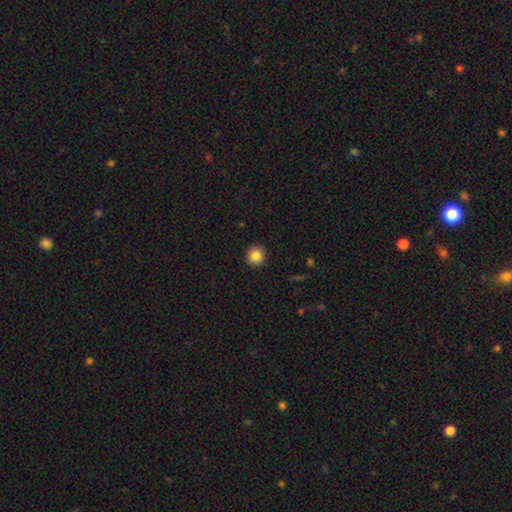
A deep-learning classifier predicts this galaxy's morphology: Overall: smooth (85%). How rounded: round (93%). Merging: none (92%).